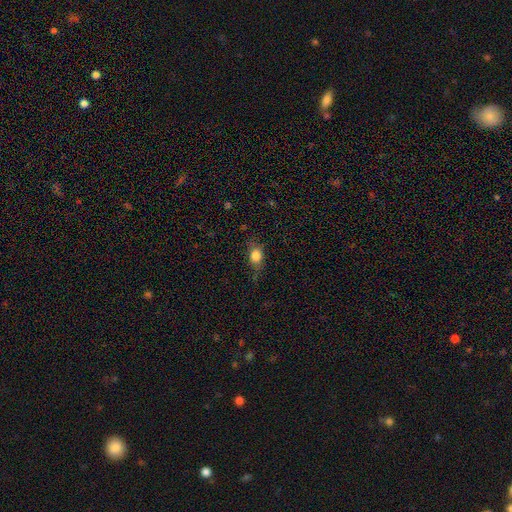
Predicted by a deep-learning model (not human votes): Smooth or featured? smooth (79%)
How rounded? in between (58%)
Merging? none (64%)